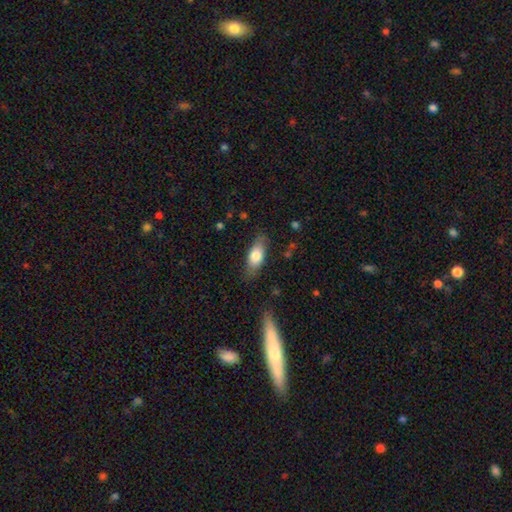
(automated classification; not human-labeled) Overall: smooth (78%). How rounded: in between (82%). Merging: none (78%).